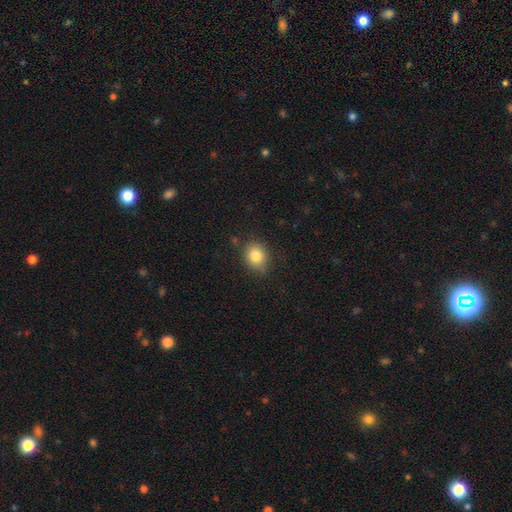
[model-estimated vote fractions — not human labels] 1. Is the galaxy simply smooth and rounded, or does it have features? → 83% smooth, 10% star or artifact, 7% featured or disk.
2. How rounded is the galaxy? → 65% round, 34% in between, 1% cigar-shaped.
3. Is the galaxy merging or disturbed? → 80% none, 15% minor disturbance, 3% major disturbance, 2% merger.